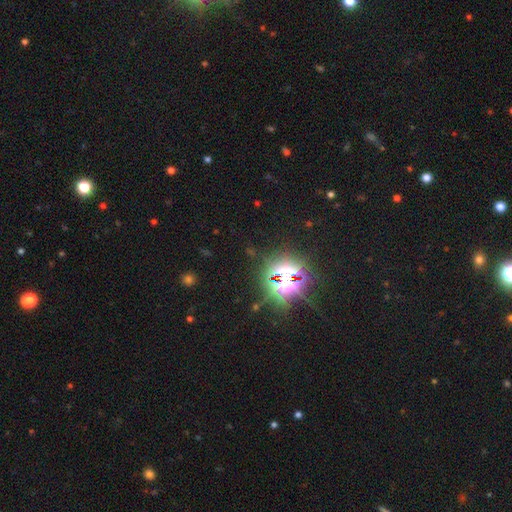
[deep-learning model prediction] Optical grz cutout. It shows a star or artifact, not a galaxy (85%).